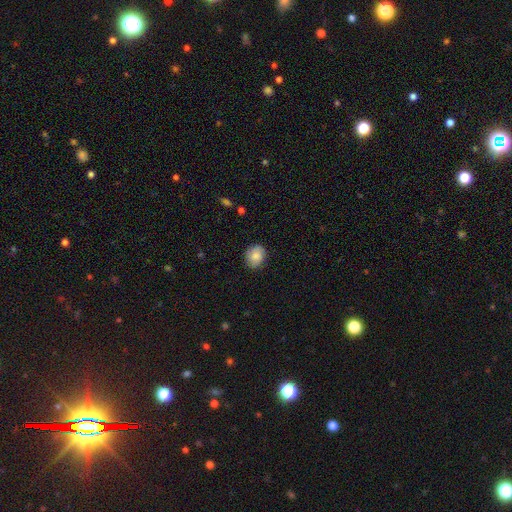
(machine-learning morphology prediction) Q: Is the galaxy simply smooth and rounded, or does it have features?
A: smooth — 75%.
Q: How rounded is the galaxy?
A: round — 64%.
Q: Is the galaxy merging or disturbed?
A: none — 83%.